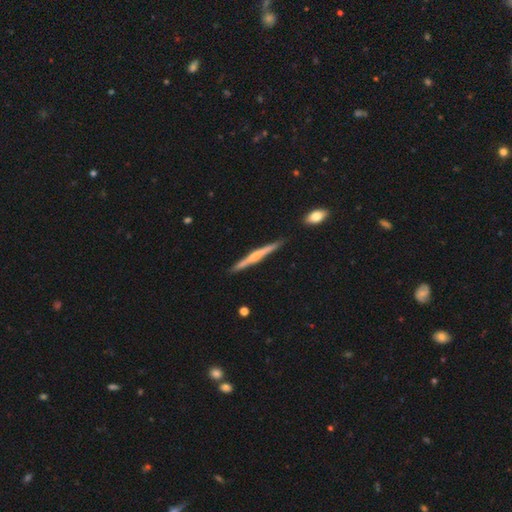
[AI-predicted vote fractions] This is likely a featured or disk galaxy (63%). It is clearly viewed edge-on (98%). Edge-on bulge: possibly rounded (52%). Merging: clearly none (88%).